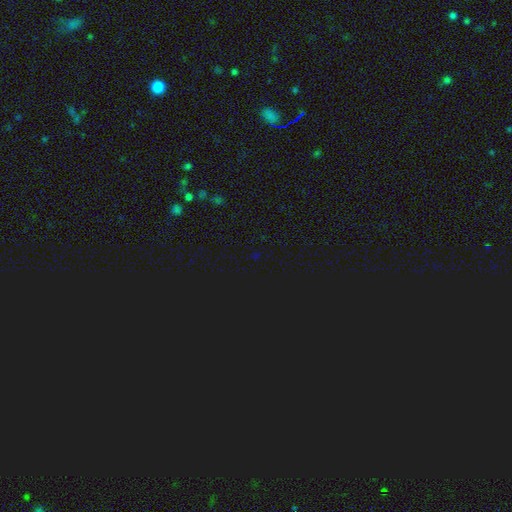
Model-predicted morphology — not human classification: This appears to be a star or artifact, not a galaxy (77%).